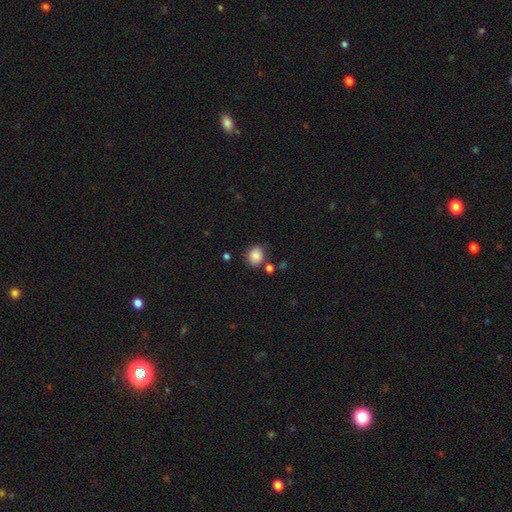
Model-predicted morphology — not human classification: Overall: smooth (86%). How rounded: round (60%; in between 39%). Merging: none (73%).